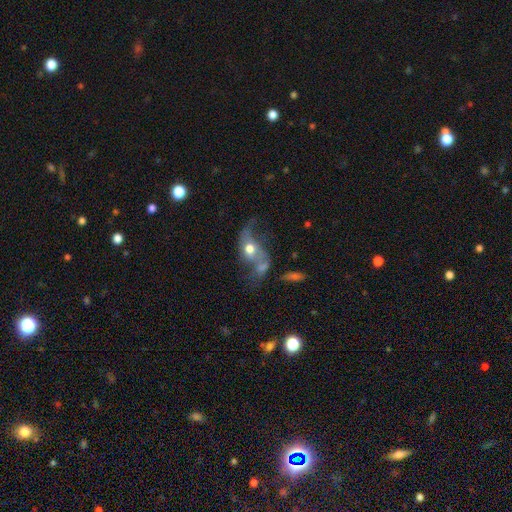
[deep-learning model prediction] Morphology: type=featured or disk (64%); edge-on=no (90%); bar=no (74%); spiral arms=yes (70%); bulge=moderate (67%); merging=merger (38%).